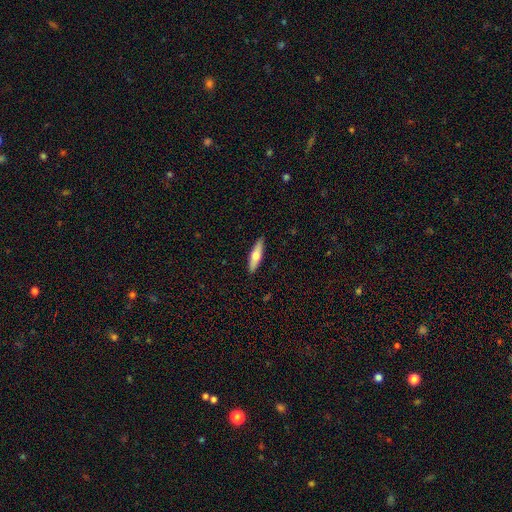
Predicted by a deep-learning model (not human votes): Smooth or featured?
  - smooth: 61% *
  - featured or disk: 34%
  - star or artifact: 5%
How rounded?
  - cigar-shaped: 71% *
  - in between: 27%
  - round: 2%
Merging?
  - none: 90% *
  - minor disturbance: 7%
  - major disturbance: 2%
  - merger: 1%